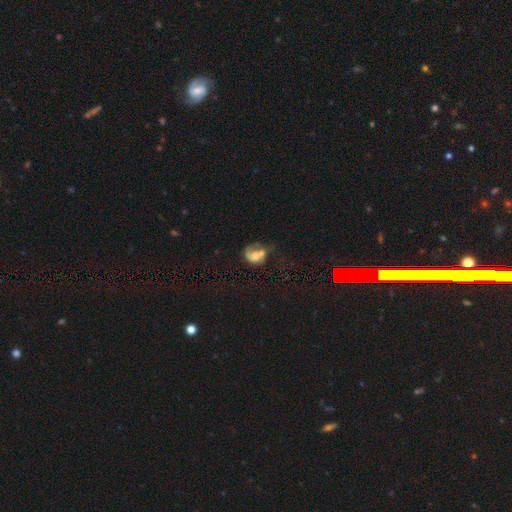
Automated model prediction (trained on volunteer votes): This is possibly a featured or disk galaxy (51%). It is clearly not viewed edge-on (98%). Bar: likely no (76%). Spiral arm pattern: likely yes (62%). Central bulge: marginally moderate (44%). Merging: marginally major disturbance (31%).